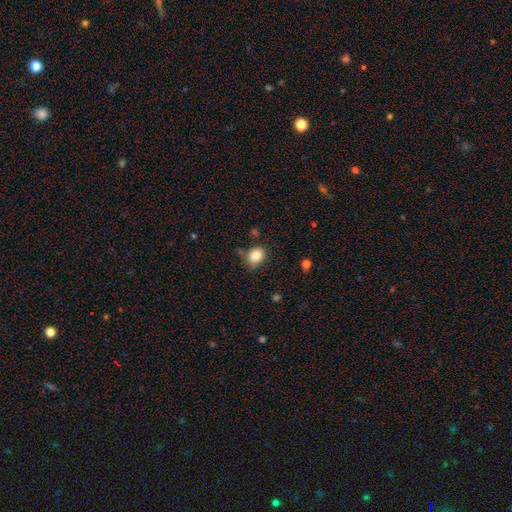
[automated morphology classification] smooth 86%, star or artifact 10%, featured or disk 4%. Down the decision tree: how rounded — in between (50%); merging — none (67%).